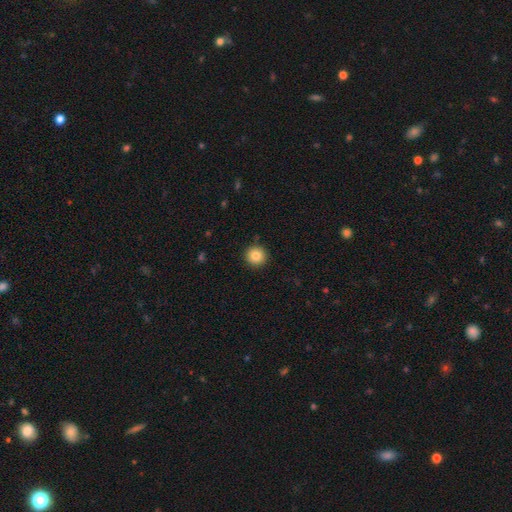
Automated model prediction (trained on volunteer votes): Smooth or featured: smooth — 84% (star or artifact — 10%)
How rounded: round — 95% (in between — 4%)
Merging: none — 91% (minor disturbance — 6%)